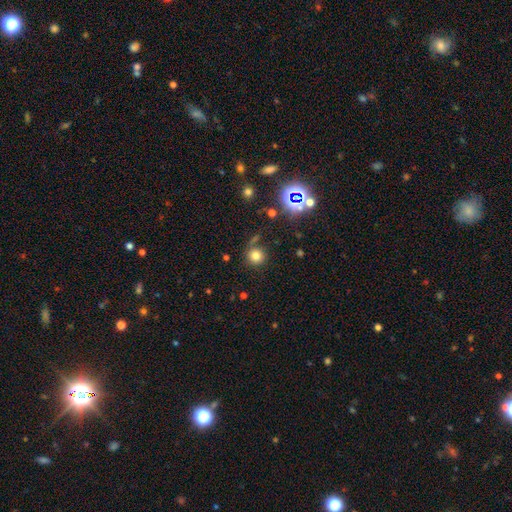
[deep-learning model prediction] This appears to be a smooth galaxy with no disk features (74%) that is round (92%). Merging: none (75%).